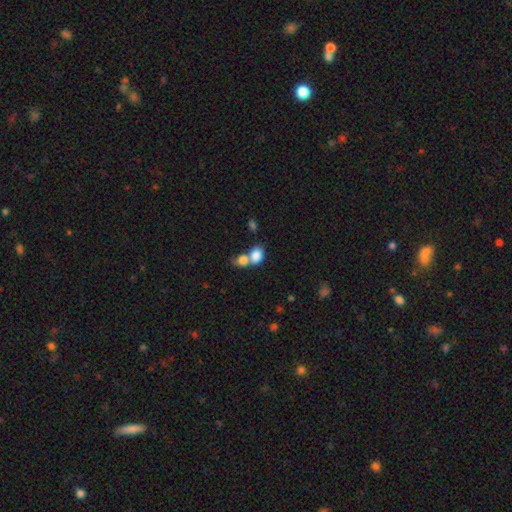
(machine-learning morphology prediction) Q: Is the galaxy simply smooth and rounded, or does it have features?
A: smooth — 83%.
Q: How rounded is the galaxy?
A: in between — 65%.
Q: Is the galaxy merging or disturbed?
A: merger — 66%.